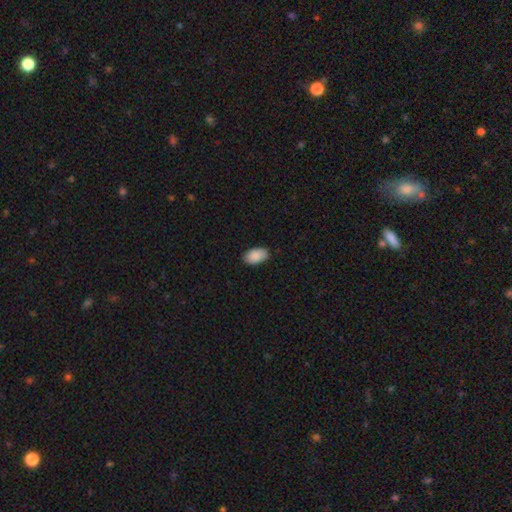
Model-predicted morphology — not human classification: smooth 90%, star or artifact 7%, featured or disk 3%. Down the decision tree: how rounded — in between (94%); merging — none (87%).